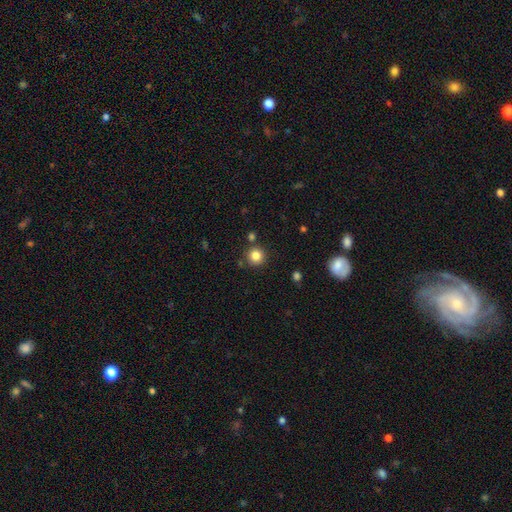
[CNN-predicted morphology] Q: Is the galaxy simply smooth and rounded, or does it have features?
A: smooth — 83%.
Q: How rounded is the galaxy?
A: round — 94%.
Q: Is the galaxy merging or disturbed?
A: none — 84%.